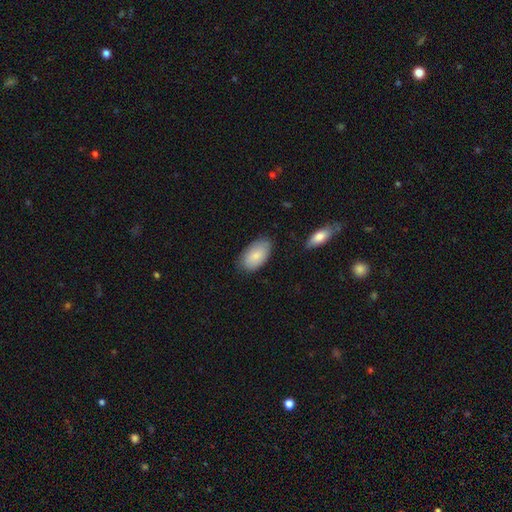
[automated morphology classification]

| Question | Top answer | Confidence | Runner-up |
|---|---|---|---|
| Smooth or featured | smooth | 84% | featured or disk (10%) |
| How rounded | in between | 94% | round (4%) |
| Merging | none | 80% | minor disturbance (15%) |